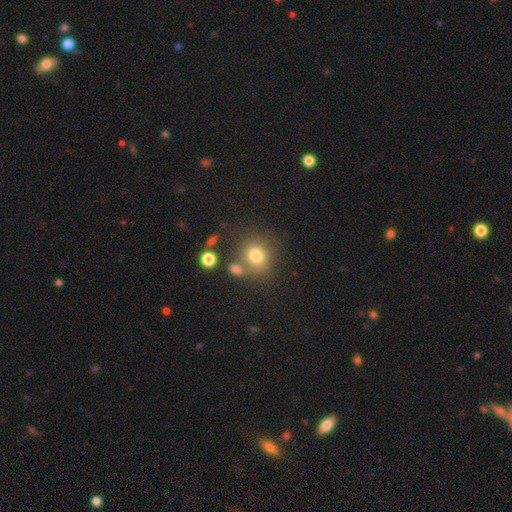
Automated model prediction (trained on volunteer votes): A smooth galaxy with no disk features (77%) that is round (77%). Merging: none (66%).